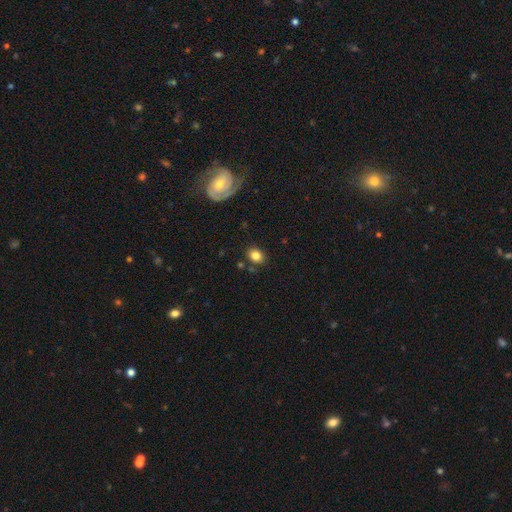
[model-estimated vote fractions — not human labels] smooth-or-featured: smooth: 82% | star or artifact: 10% | featured or disk: 9%
  how-rounded: in between: 51% | round: 48% | cigar-shaped: 1%
  merging: none: 83% | minor disturbance: 10% | merger: 4% | major disturbance: 3%